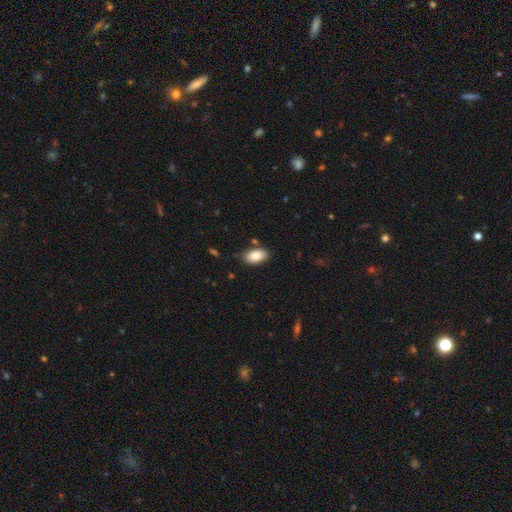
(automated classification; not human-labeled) A smooth galaxy with no disk features (86%) that is in between round and cigar-shaped (93%).

Vote fractions:
- Smooth or featured? smooth: 86% / star or artifact: 7% / featured or disk: 7%
- How rounded? in between: 93% / round: 5% / cigar-shaped: 2%
- Merging? none: 76% / minor disturbance: 17% / major disturbance: 3% / merger: 3%